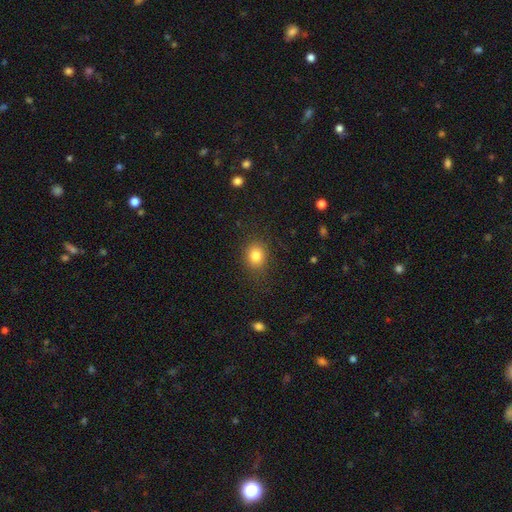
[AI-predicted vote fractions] This appears to be a smooth galaxy with no disk features (83%) that is round (64%). Merging: none (82%).